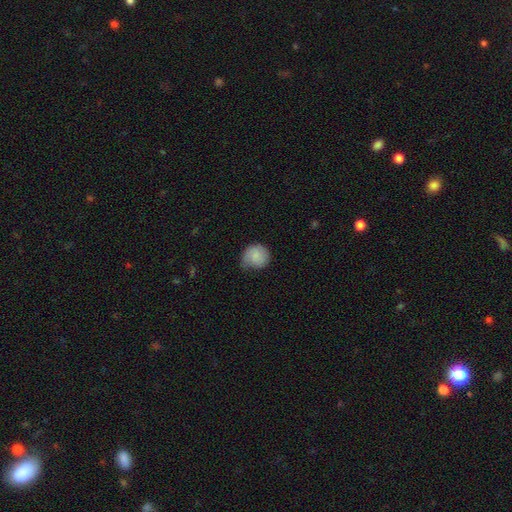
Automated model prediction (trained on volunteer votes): Smooth or featured?
  - smooth: 81% *
  - featured or disk: 12%
  - star or artifact: 7%
How rounded?
  - round: 80% *
  - in between: 19%
  - cigar-shaped: 1%
Merging?
  - none: 45% *
  - minor disturbance: 41%
  - major disturbance: 13%
  - merger: 2%